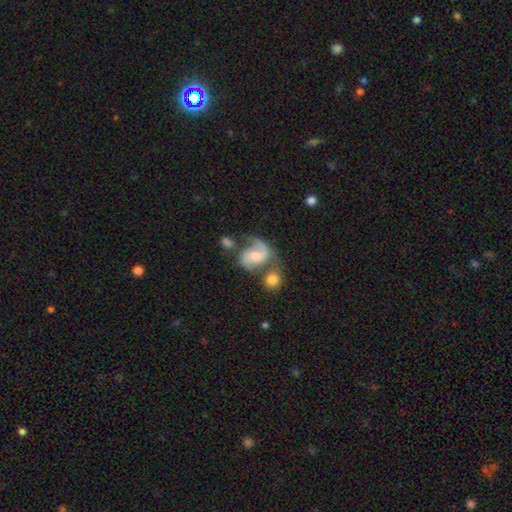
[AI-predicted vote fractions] Smooth or featured? featured or disk (77%)
Edge-on disk? no (98%)
Bar? no (48%)
Spiral arms? yes (93%)
Spiral winding? medium (49%)
Spiral arm count? 2 (80%)
Bulge size? moderate (58%)
Merging? none (40%)